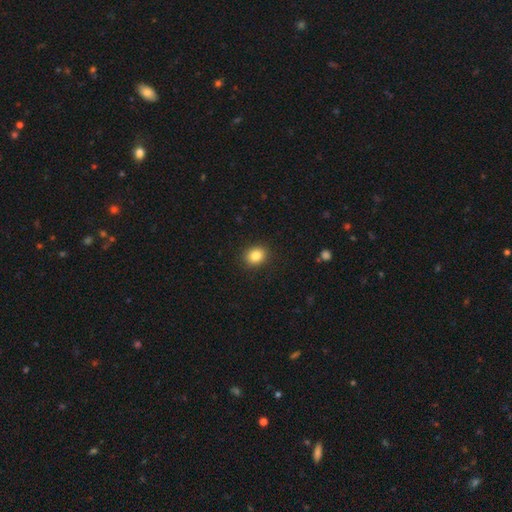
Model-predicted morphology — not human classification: smooth-or-featured: smooth: 85% | star or artifact: 10% | featured or disk: 5%
  how-rounded: round: 60% | in between: 39% | cigar-shaped: 1%
  merging: none: 90% | minor disturbance: 7% | major disturbance: 2% | merger: 1%